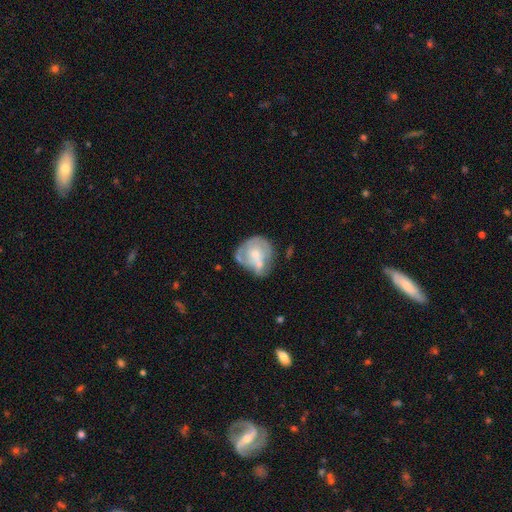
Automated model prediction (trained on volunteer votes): Morphology: type=featured or disk (57%); edge-on=no (97%); bar=no (79%); spiral arms=no (50%, tied with yes); bulge=small (53%); merging=none (33%).